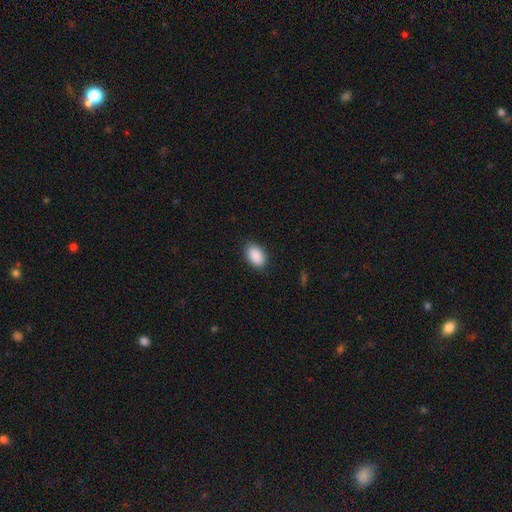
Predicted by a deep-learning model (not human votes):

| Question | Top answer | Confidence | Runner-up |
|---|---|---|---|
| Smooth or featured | smooth | 91% | star or artifact (7%) |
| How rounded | in between | 91% | round (8%) |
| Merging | none | 85% | minor disturbance (11%) |